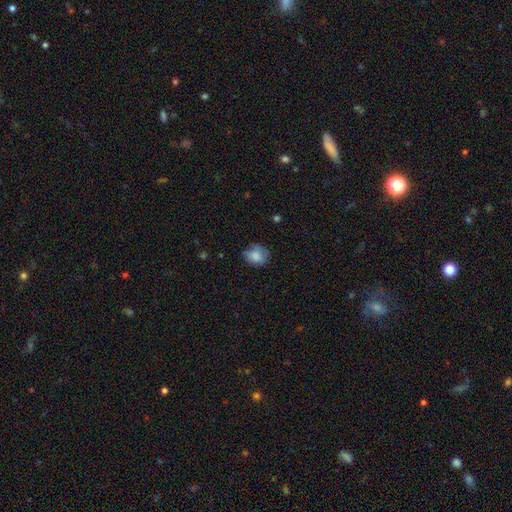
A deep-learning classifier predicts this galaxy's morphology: Q: Smooth or featured?
A: smooth (80%); runner-up: featured or disk (11%)
Q: How rounded?
A: round (59%); runner-up: in between (40%)
Q: Merging?
A: none (59%); runner-up: minor disturbance (30%)